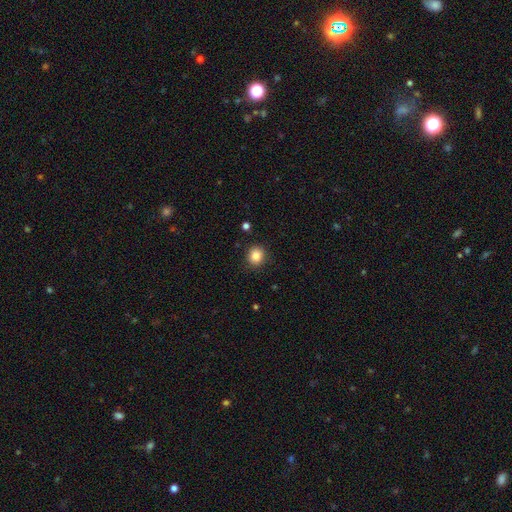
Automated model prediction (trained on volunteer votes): A smooth galaxy with no disk features (86%) that is round (81%).

Vote fractions:
- Smooth or featured? smooth: 86% / star or artifact: 10% / featured or disk: 4%
- How rounded? round: 81% / in between: 19% / cigar-shaped: 1%
- Merging? none: 87% / minor disturbance: 9% / major disturbance: 2% / merger: 1%